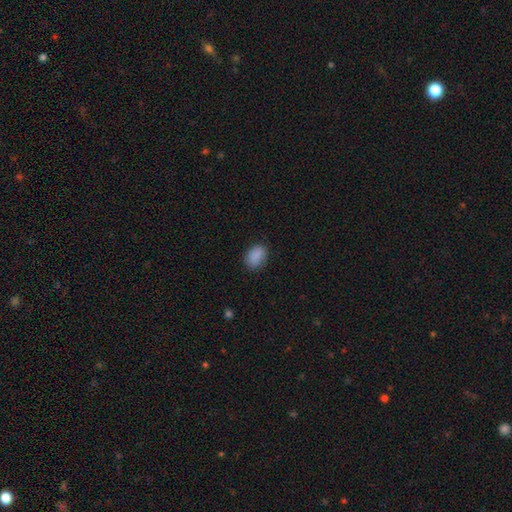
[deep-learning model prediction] smooth 88%, star or artifact 8%, featured or disk 3%. Down the decision tree: how rounded — in between (77%); merging — none (82%).